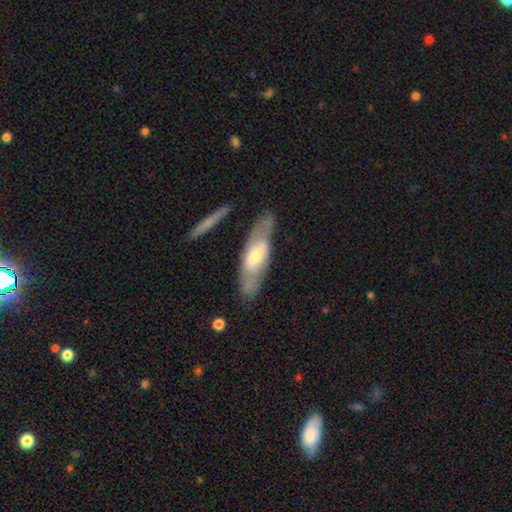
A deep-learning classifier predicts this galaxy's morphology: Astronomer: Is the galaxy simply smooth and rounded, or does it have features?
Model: featured or disk — 56% (runner-up: smooth, 38%).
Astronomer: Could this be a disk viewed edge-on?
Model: no — 67%.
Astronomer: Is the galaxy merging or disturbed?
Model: none — 76%.